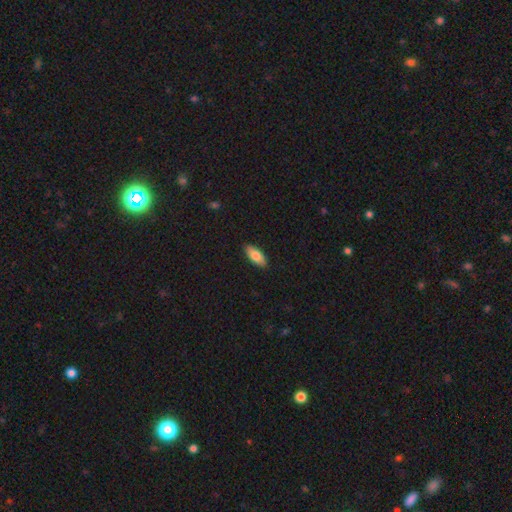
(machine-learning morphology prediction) The model was most divided on "smooth or featured": smooth: 79%, featured or disk: 14%, star or artifact: 6%. More confident: merging — none (89%); how rounded — in between (82%).